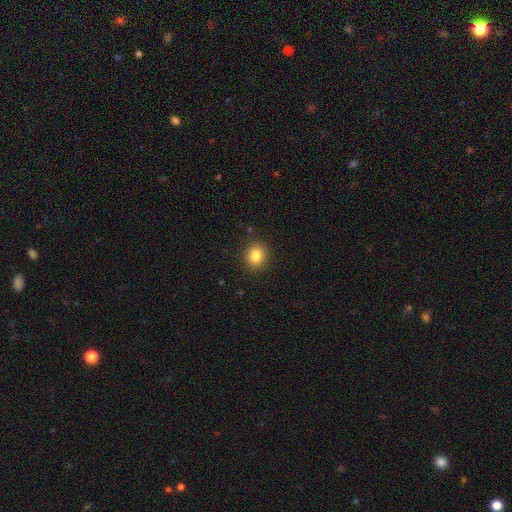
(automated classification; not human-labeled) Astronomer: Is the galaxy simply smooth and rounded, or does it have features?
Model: smooth — 83%.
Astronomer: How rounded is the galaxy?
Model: round — 82%.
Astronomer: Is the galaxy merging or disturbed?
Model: none — 90%.